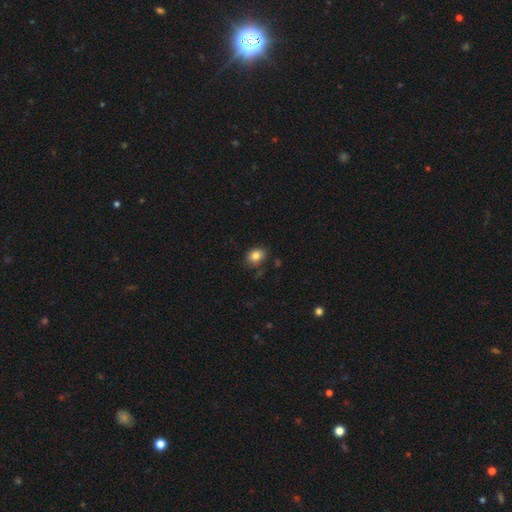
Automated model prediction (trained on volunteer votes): A smooth galaxy with no disk features (84%) that is in between round and cigar-shaped (62%). Merging: none (78%).